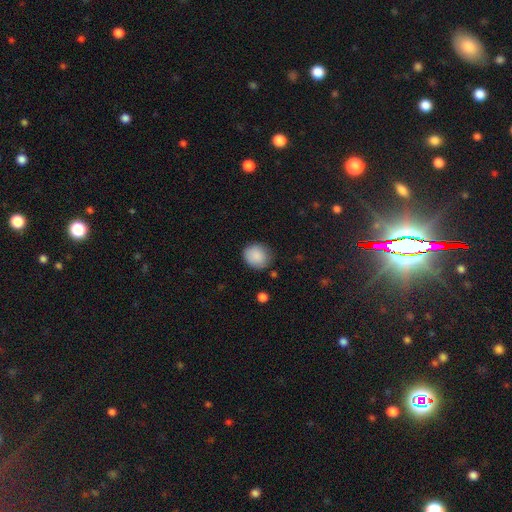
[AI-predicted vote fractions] The model was most divided on "how rounded": round: 76%, in between: 23%, cigar-shaped: 1%. More confident: smooth or featured — smooth (88%); merging — none (79%).